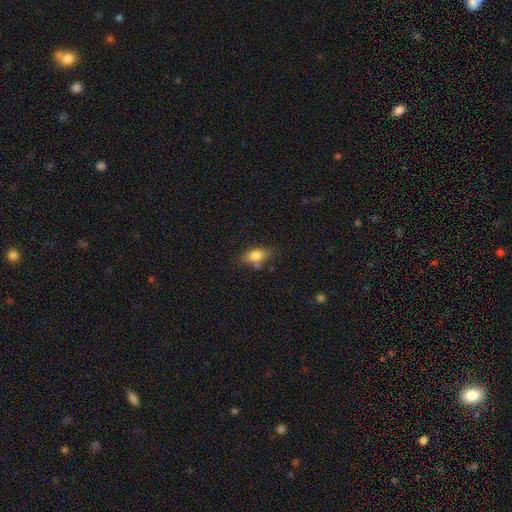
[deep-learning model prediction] This is likely a smooth galaxy (78%). How rounded: clearly in between (81%). Merging: likely none (66%).